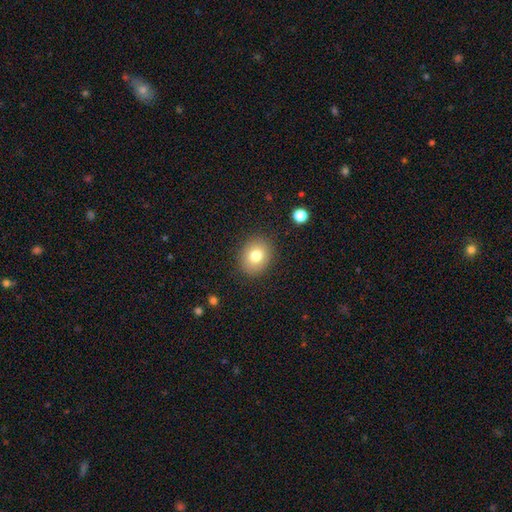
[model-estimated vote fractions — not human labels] Overall: smooth (78%). How rounded: round (60%; in between 39%). Merging: none (88%).